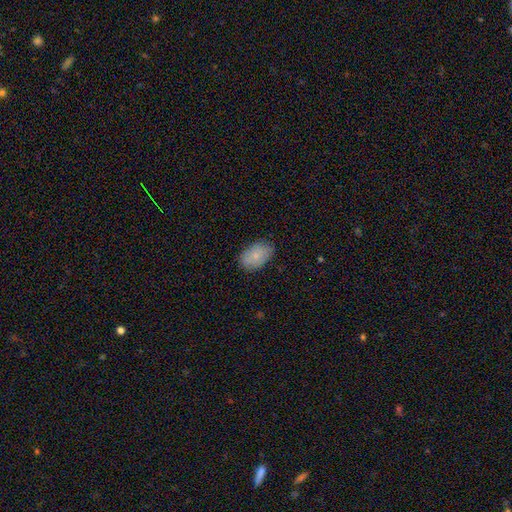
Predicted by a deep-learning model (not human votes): Overall: smooth (82%). How rounded: in between (90%). Merging: none (81%).